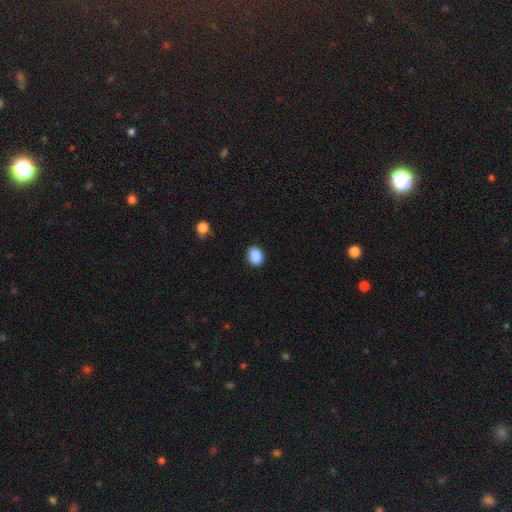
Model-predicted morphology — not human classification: Q: Smooth or featured?
A: smooth (89%); runner-up: star or artifact (8%)
Q: How rounded?
A: in between (58%); runner-up: round (41%)
Q: Merging?
A: none (85%); runner-up: minor disturbance (11%)